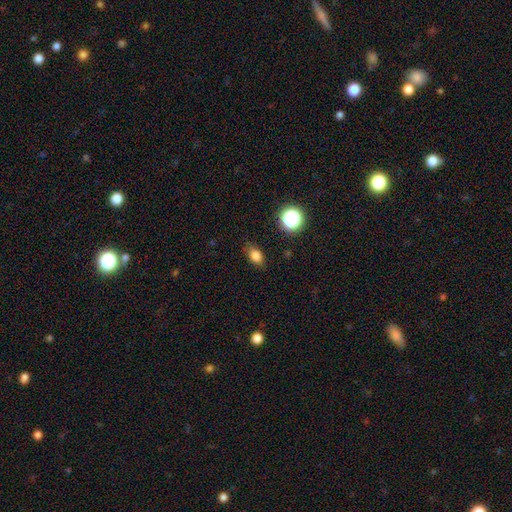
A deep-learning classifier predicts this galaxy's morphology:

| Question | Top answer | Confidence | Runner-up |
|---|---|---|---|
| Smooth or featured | smooth | 81% | star or artifact (13%) |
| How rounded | in between | 76% | round (22%) |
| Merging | none | 81% | minor disturbance (14%) |